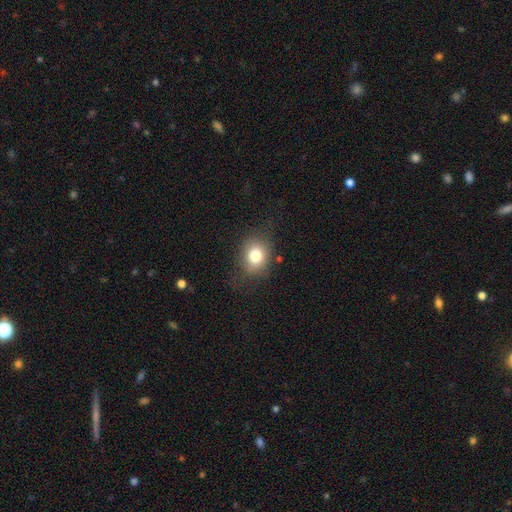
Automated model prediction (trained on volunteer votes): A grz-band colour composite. It shows a smooth galaxy with no disk features (78%) that is round (57%). Merging: none (76%).